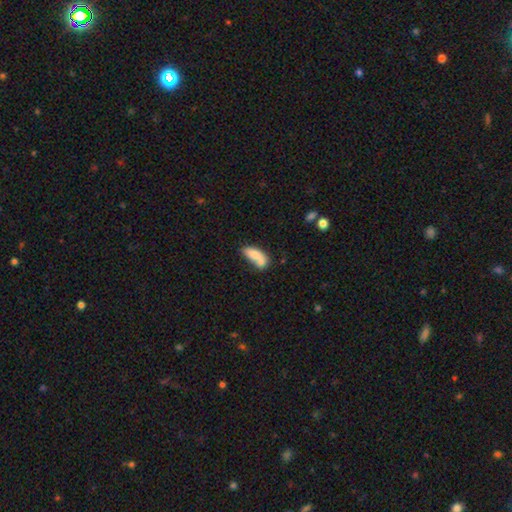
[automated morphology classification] Smooth or featured: smooth — 77% (featured or disk — 15%)
How rounded: in between — 77% (cigar-shaped — 19%)
Merging: merger — 43% (none — 34%)